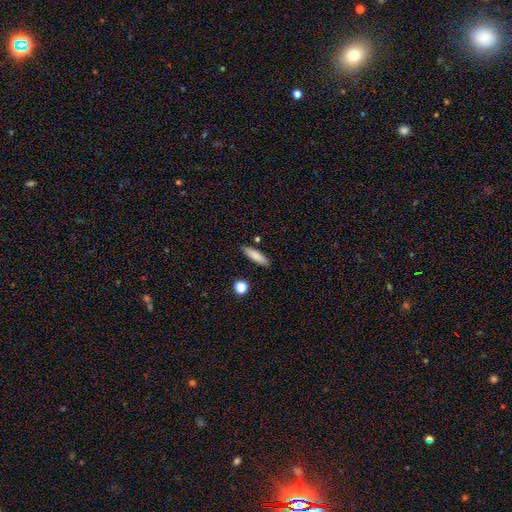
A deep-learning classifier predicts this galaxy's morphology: Overall: smooth (83%). How rounded: cigar-shaped (63%; in between 35%). Merging: none (87%).